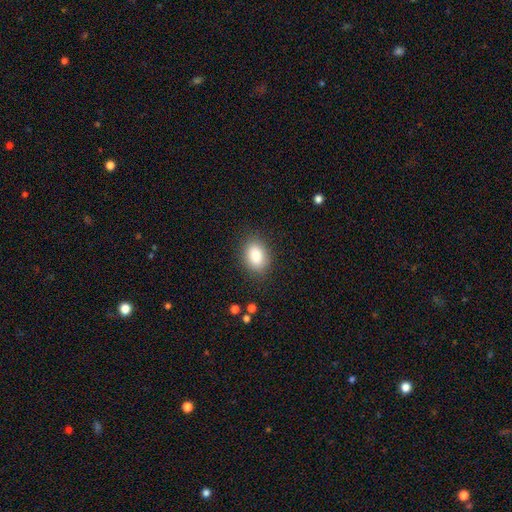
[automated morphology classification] Smooth or featured? Predicted: smooth (p=0.84). How rounded? Predicted: in between (p=0.79). Merging? Predicted: none (p=0.85).